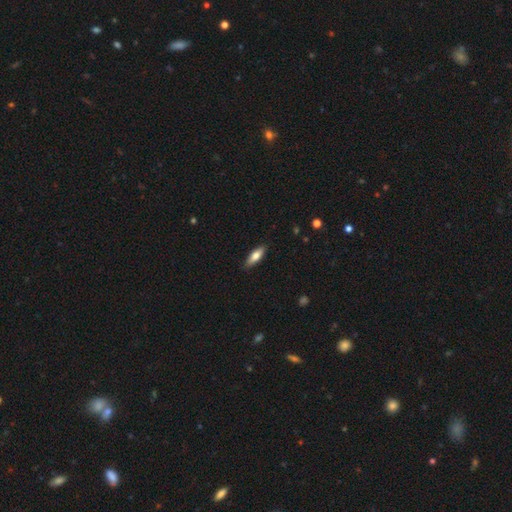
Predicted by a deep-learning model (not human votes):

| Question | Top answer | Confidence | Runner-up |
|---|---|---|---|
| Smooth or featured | smooth | 66% | featured or disk (28%) |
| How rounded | in between | 50% | cigar-shaped (48%) |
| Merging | none | 87% | minor disturbance (10%) |